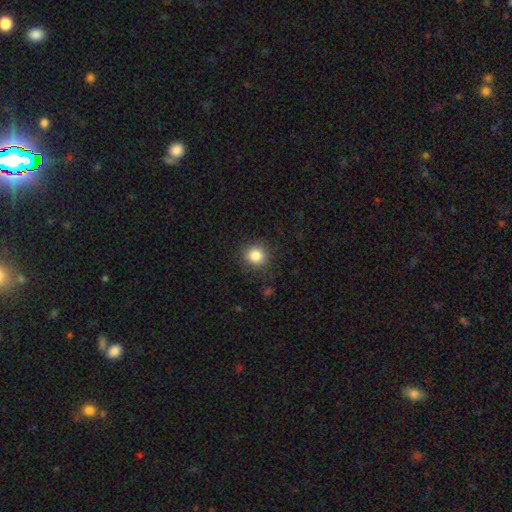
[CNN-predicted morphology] smooth-or-featured: smooth: 85% | star or artifact: 11% | featured or disk: 5%
  how-rounded: round: 88% | in between: 11% | cigar-shaped: 1%
  merging: none: 86% | minor disturbance: 10% | major disturbance: 3% | merger: 1%